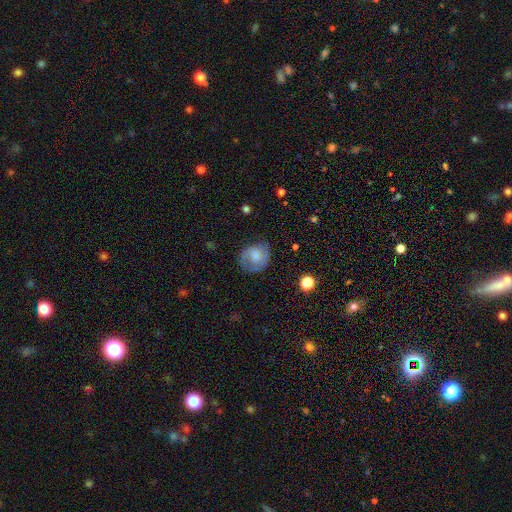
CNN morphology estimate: A smooth galaxy with no disk features (57%) that is round (69%). Merging: none (65%).